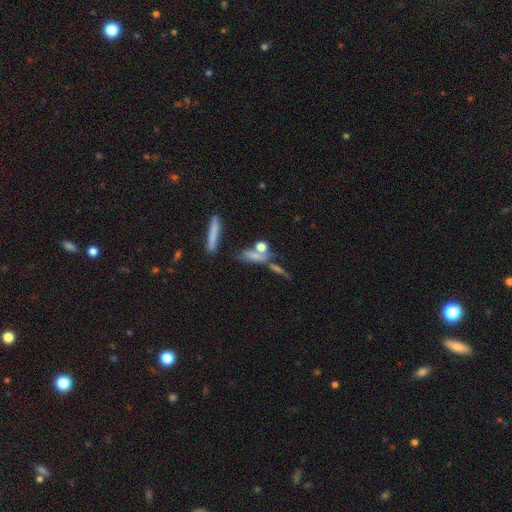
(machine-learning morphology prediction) This is likely a smooth galaxy (60%). How rounded: marginally in between (44%). Merging: marginally none (42%).